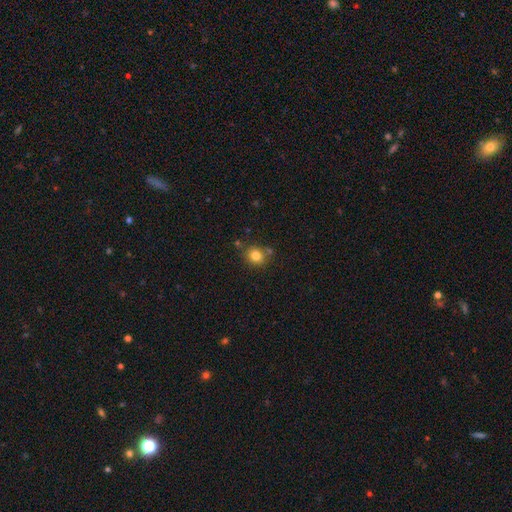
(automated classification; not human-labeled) A smooth galaxy with no disk features (81%) that is round (78%).

Vote fractions:
- Smooth or featured? smooth: 81% / star or artifact: 12% / featured or disk: 7%
- How rounded? round: 78% / in between: 21% / cigar-shaped: 1%
- Merging? none: 73% / minor disturbance: 13% / merger: 10% / major disturbance: 4%